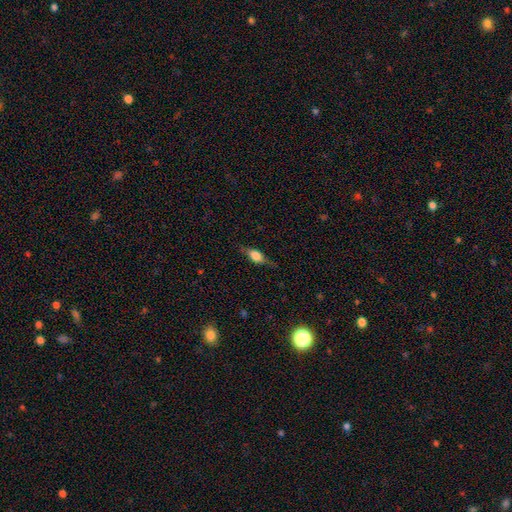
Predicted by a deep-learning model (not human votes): Overall: featured or disk (46%, tied with smooth). Merging: none (76%).